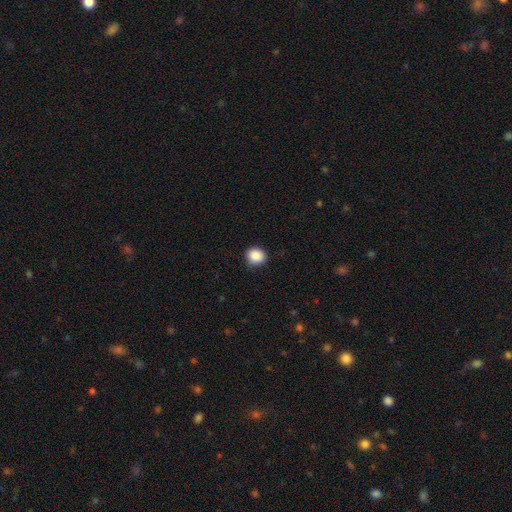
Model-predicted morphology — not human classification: A smooth galaxy with no disk features (89%) that is round (78%).

Vote fractions:
- Smooth or featured? smooth: 89% / star or artifact: 9% / featured or disk: 3%
- How rounded? round: 78% / in between: 21% / cigar-shaped: 1%
- Merging? none: 88% / minor disturbance: 9% / major disturbance: 2% / merger: 1%